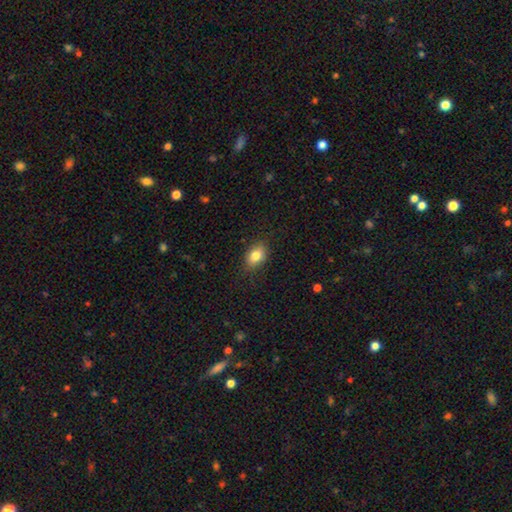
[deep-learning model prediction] Smooth or featured?
  - smooth: 82% *
  - featured or disk: 9%
  - star or artifact: 9%
How rounded?
  - in between: 82% *
  - round: 16%
  - cigar-shaped: 2%
Merging?
  - none: 83% *
  - minor disturbance: 13%
  - major disturbance: 3%
  - merger: 1%